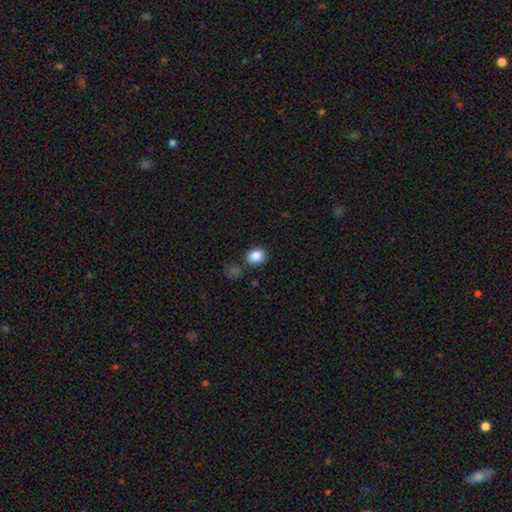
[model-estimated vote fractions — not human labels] smooth_or_featured: smooth (p=0.87) [alt: star or artifact p=0.10]
how_rounded: round (p=0.51) [alt: in between p=0.48]
merging: none (p=0.78) [alt: minor disturbance p=0.12]